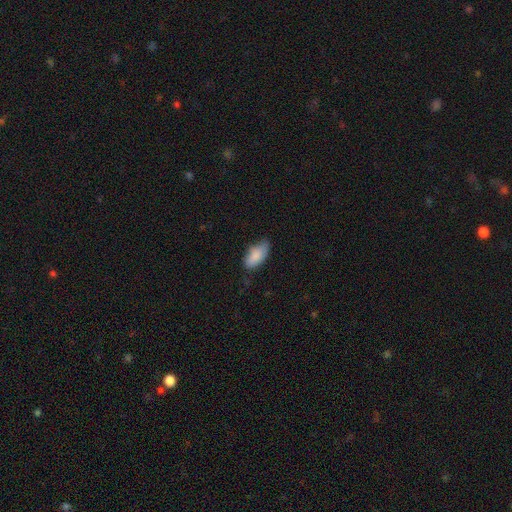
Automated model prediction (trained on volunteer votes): A smooth galaxy with no disk features (84%) that is in between round and cigar-shaped (91%). Merging: none (55%).